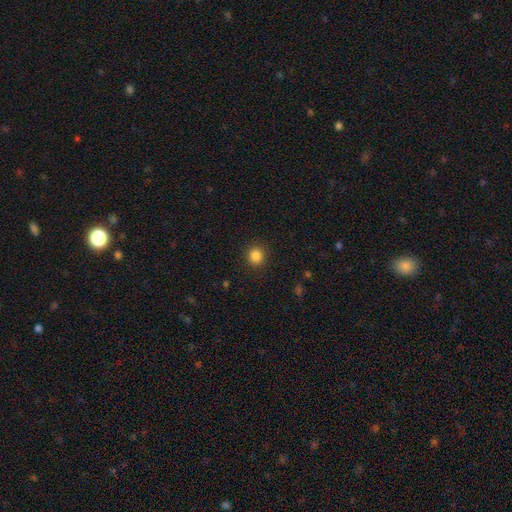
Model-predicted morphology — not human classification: Q: Smooth or featured?
A: smooth (85%); runner-up: star or artifact (12%)
Q: How rounded?
A: round (89%); runner-up: in between (10%)
Q: Merging?
A: none (91%); runner-up: minor disturbance (6%)